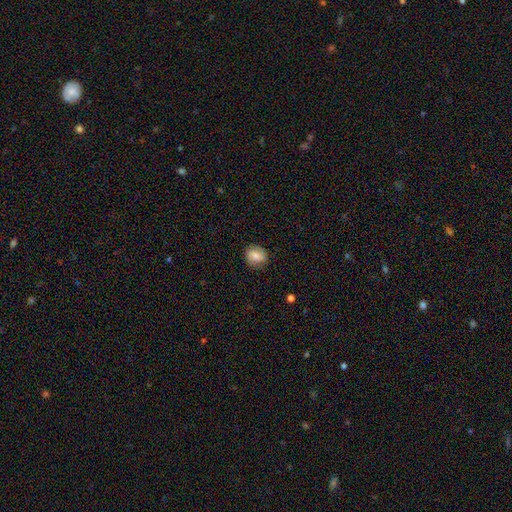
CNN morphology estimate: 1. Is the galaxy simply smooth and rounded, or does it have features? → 63% smooth, 29% featured or disk, 8% star or artifact.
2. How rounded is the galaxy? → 68% round, 31% in between, 1% cigar-shaped.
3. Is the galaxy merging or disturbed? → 82% none, 13% minor disturbance, 4% major disturbance, 1% merger.